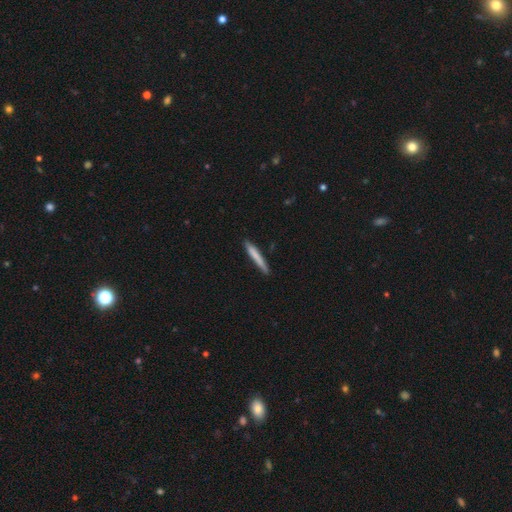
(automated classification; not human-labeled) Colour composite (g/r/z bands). It shows a smooth galaxy with no disk features (74%) that is cigar-shaped (96%). Merging: none (83%).